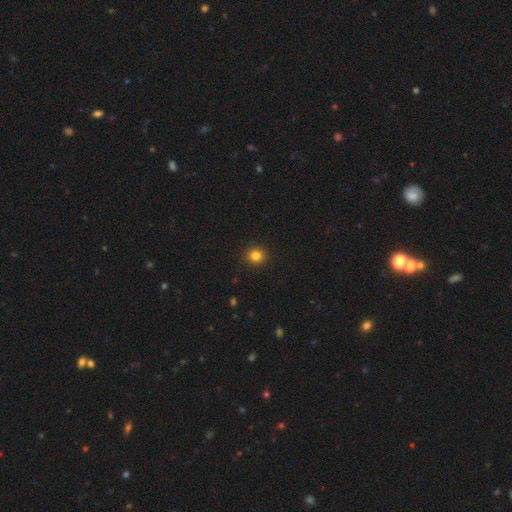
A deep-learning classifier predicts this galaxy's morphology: type=smooth (83%); roundness=round (91%); merging=none (92%).